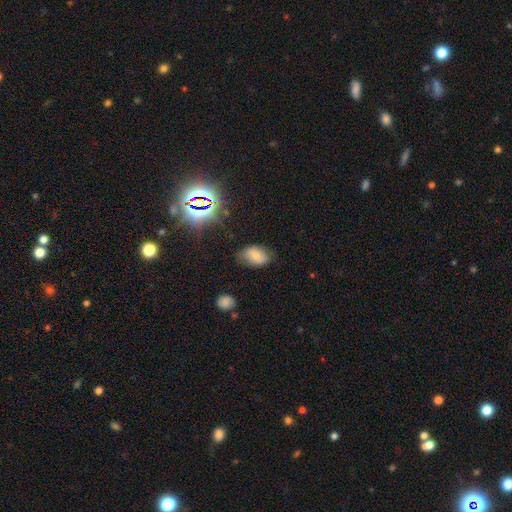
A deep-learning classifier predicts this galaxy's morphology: smooth_or_featured: smooth (p=0.71) [alt: featured or disk p=0.16]
how_rounded: in between (p=0.88) [alt: round p=0.11]
merging: none (p=0.69) [alt: minor disturbance p=0.23]